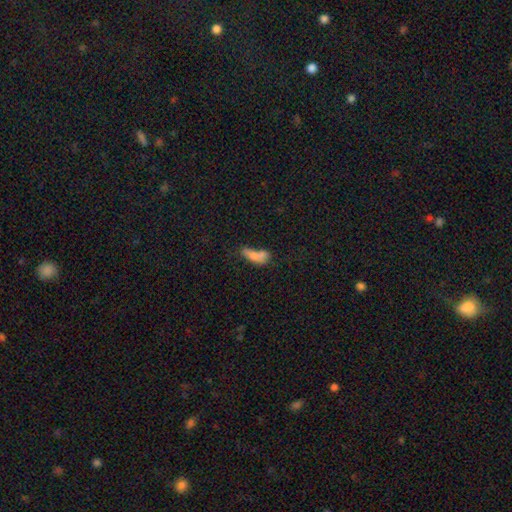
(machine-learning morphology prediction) Smooth or featured?
  - smooth: 71% *
  - featured or disk: 18%
  - star or artifact: 11%
How rounded?
  - in between: 73% *
  - cigar-shaped: 21%
  - round: 6%
Merging?
  - merger: 47% *
  - none: 24%
  - minor disturbance: 15%
  - major disturbance: 14%